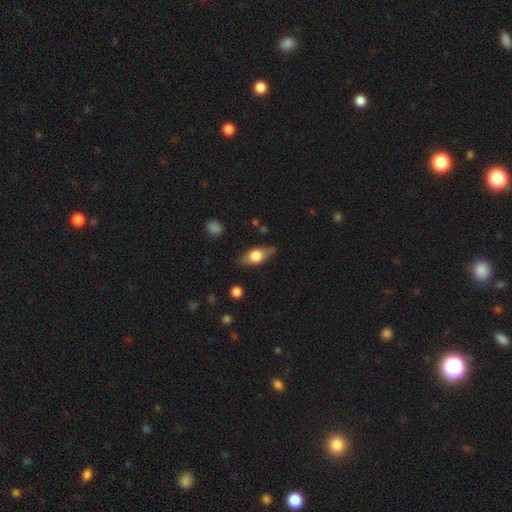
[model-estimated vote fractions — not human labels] smooth_or_featured: smooth (p=0.50) [alt: featured or disk p=0.43]
how_rounded: in between (p=0.73) [alt: cigar-shaped p=0.18]
merging: none (p=0.79) [alt: minor disturbance p=0.16]